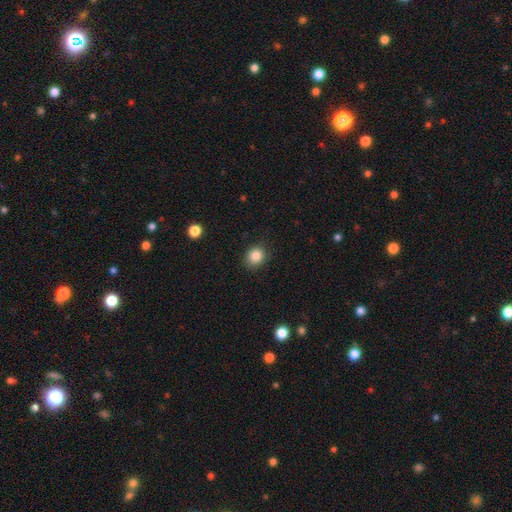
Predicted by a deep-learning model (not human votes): Smooth or featured?
  - smooth: 86% *
  - star or artifact: 10%
  - featured or disk: 4%
How rounded?
  - round: 68% *
  - in between: 31%
  - cigar-shaped: 1%
Merging?
  - none: 86% *
  - minor disturbance: 11%
  - major disturbance: 3%
  - merger: 1%